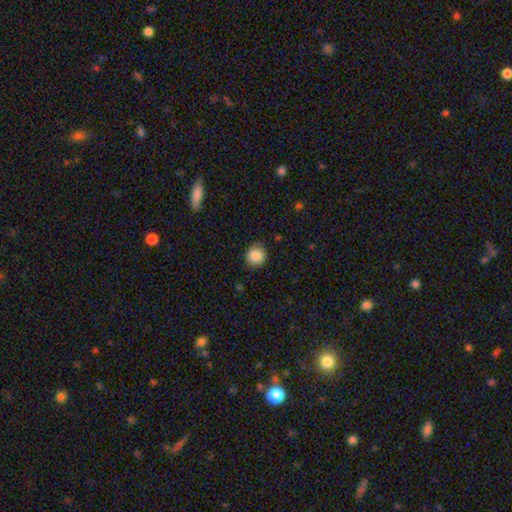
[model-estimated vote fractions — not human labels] Q: Smooth or featured?
A: smooth (87%); runner-up: star or artifact (9%)
Q: How rounded?
A: round (87%); runner-up: in between (12%)
Q: Merging?
A: none (85%); runner-up: minor disturbance (12%)